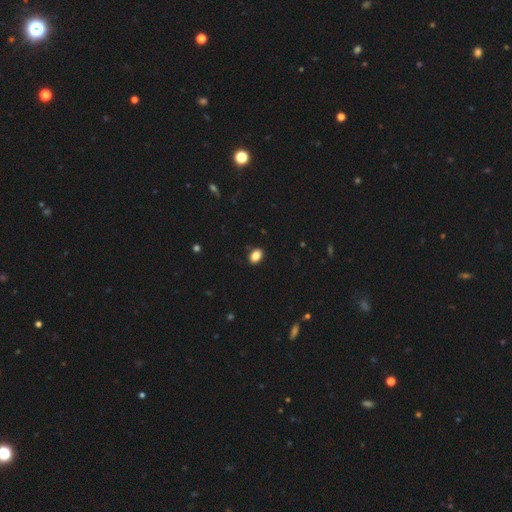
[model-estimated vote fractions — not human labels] smooth-or-featured: smooth: 86% | star or artifact: 9% | featured or disk: 5%
  how-rounded: in between: 80% | round: 19% | cigar-shaped: 1%
  merging: none: 88% | minor disturbance: 9% | major disturbance: 2% | merger: 1%